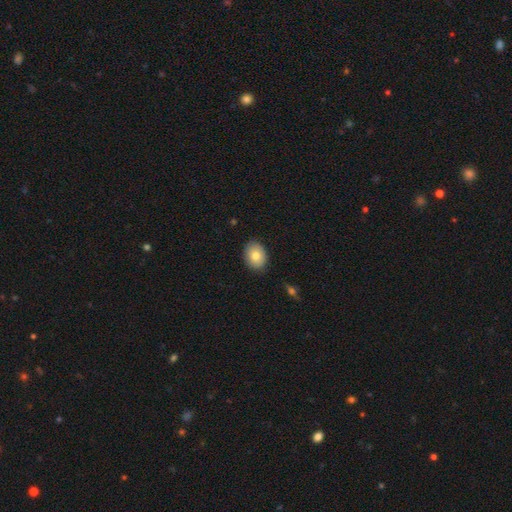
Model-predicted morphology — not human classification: This is likely a smooth galaxy (79%). How rounded: likely in between (61%). Merging: clearly none (87%).